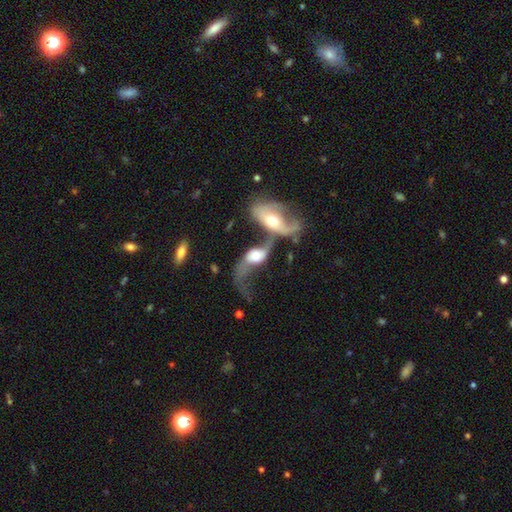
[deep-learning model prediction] Smooth or featured? Predicted: featured or disk (p=0.71). Edge-on disk? Predicted: no (p=0.90). Bar? Predicted: no (p=0.51). Spiral arms? Predicted: yes (p=0.83). Spiral winding? Predicted: loose (p=0.83). Spiral arm count? Predicted: 2 (p=0.77). Bulge size? Predicted: moderate (p=0.57). Merging? Predicted: merger (p=0.74).